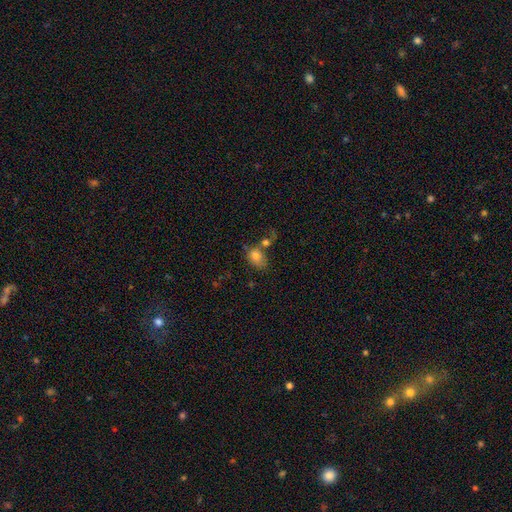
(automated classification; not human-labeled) A smooth galaxy with no disk features (79%) that is in between round and cigar-shaped (67%).

Vote fractions:
- Smooth or featured? smooth: 79% / featured or disk: 12% / star or artifact: 10%
- How rounded? in between: 67% / round: 32% / cigar-shaped: 1%
- Merging? merger: 39% / none: 34% / minor disturbance: 16% / major disturbance: 11%